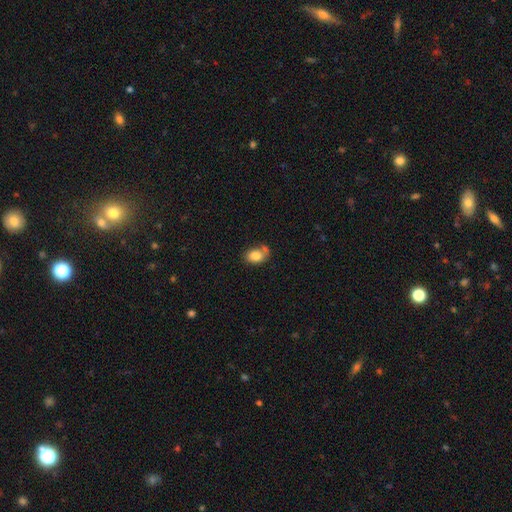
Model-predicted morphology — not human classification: A smooth galaxy with no disk features (81%) that is in between round and cigar-shaped (72%). Merging: none (52%).